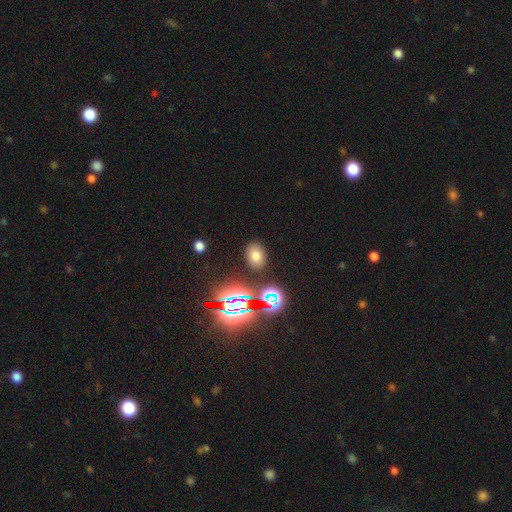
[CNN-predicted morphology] type=smooth (69%); roundness=in between (77%); merging=none (87%).